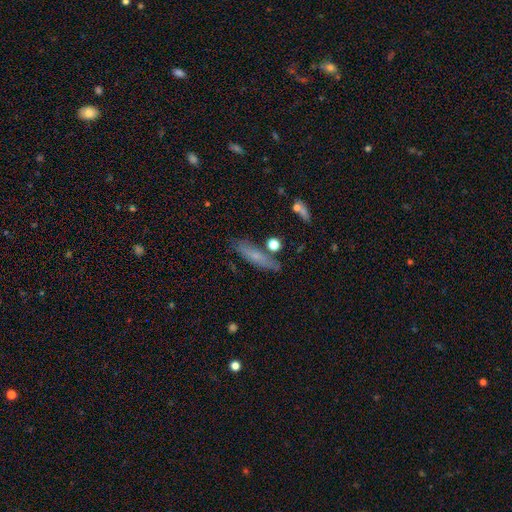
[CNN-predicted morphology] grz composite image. It shows a smooth galaxy with no disk features (59%) that is cigar-shaped (74%). Merging: none (78%).